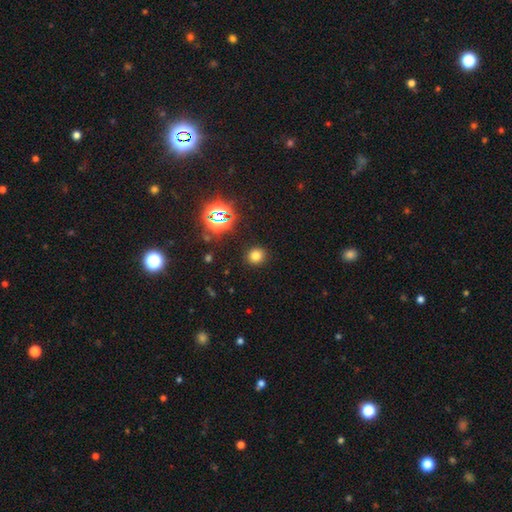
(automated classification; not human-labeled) This appears to be a smooth galaxy with no disk features (73%) that is round (84%). Merging: none (90%).